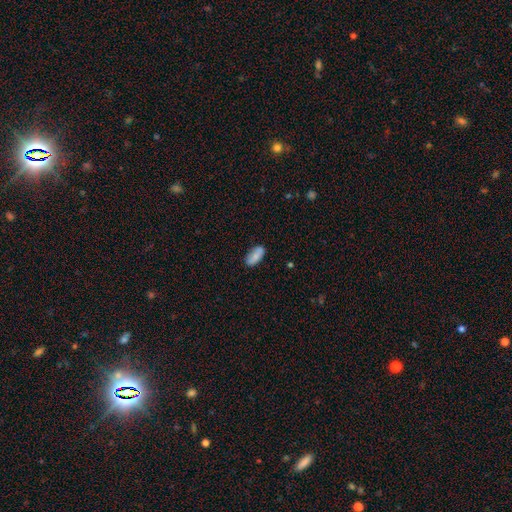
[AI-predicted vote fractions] A smooth galaxy with no disk features (81%) that is in between round and cigar-shaped (88%).

Vote fractions:
- Smooth or featured? smooth: 81% / featured or disk: 12% / star or artifact: 7%
- How rounded? in between: 88% / cigar-shaped: 9% / round: 3%
- Merging? none: 79% / minor disturbance: 16% / major disturbance: 3% / merger: 3%